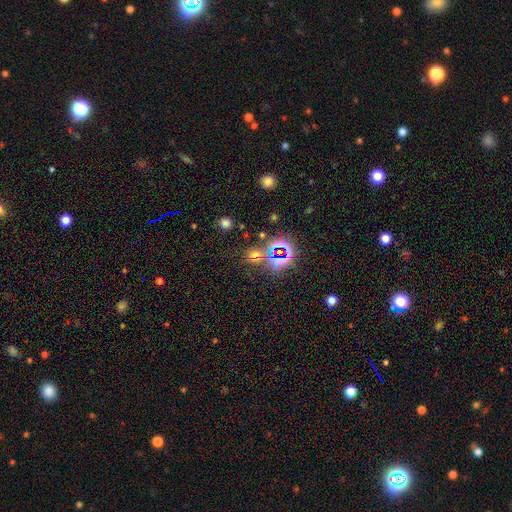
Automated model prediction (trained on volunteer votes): Smooth or featured? Predicted: star or artifact (p=0.53).